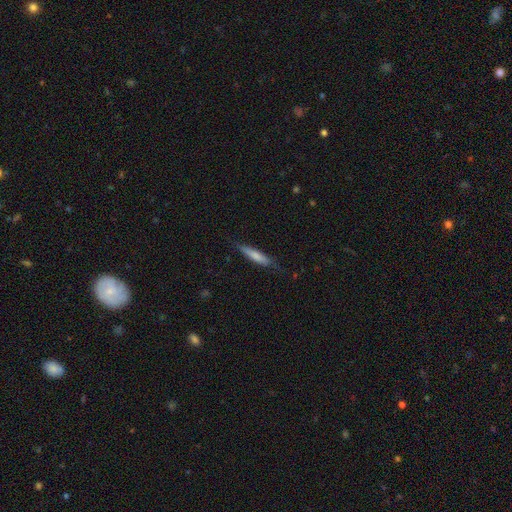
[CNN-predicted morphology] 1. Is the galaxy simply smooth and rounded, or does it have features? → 71% smooth, 24% featured or disk, 6% star or artifact.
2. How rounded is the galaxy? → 86% cigar-shaped, 12% in between, 1% round.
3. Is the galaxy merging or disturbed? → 78% none, 17% minor disturbance, 3% major disturbance, 1% merger.